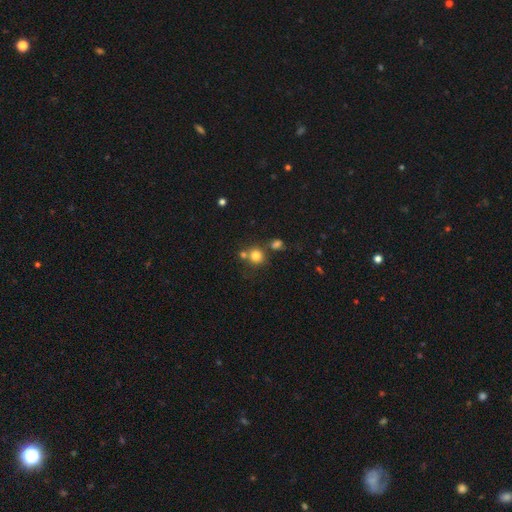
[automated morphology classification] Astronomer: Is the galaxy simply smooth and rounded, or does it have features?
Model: smooth — 78%.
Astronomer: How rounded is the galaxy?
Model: round — 89%.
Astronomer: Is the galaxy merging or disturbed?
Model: none — 64%.